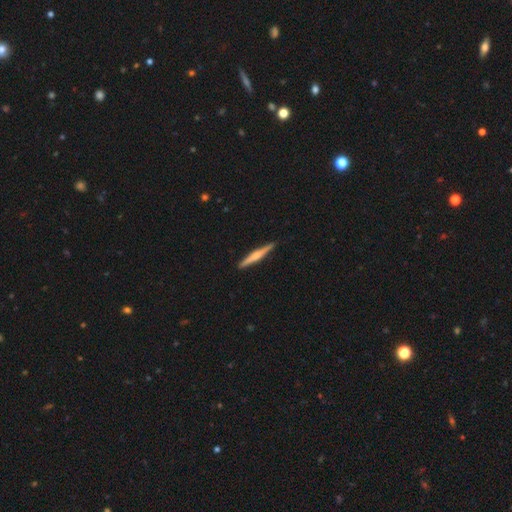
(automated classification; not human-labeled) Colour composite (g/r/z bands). It shows a featured or disk galaxy (61%) viewed edge-on (98%) with a rounded central bulge (73%). Merging: none (91%).